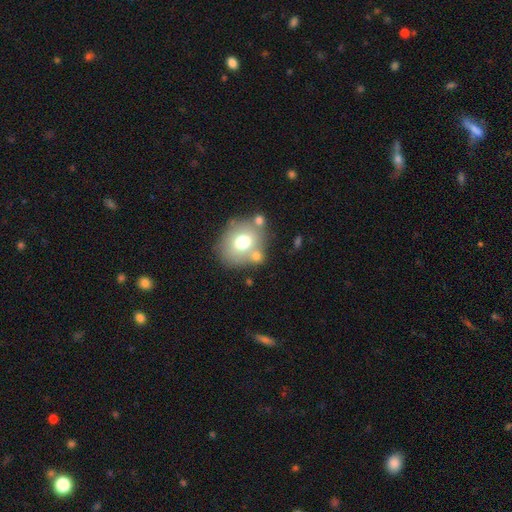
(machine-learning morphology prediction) A smooth galaxy with no disk features (67%) that is round (64%).

Vote fractions:
- Smooth or featured? smooth: 67% / featured or disk: 22% / star or artifact: 11%
- How rounded? round: 64% / in between: 35% / cigar-shaped: 1%
- Merging? none: 62% / merger: 17% / minor disturbance: 15% / major disturbance: 6%